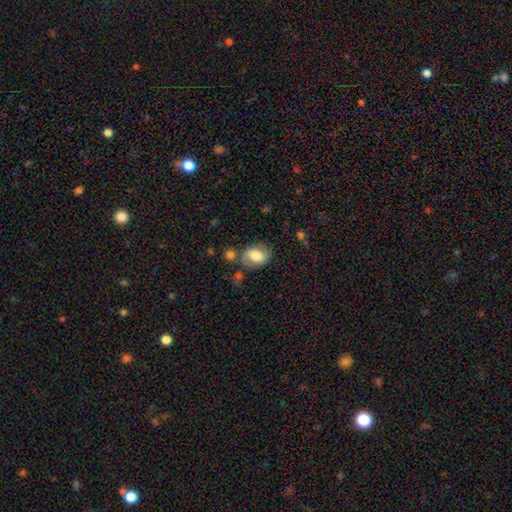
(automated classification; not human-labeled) A smooth galaxy with no disk features (63%) that is in between round and cigar-shaped (71%). Merging: none (67%).